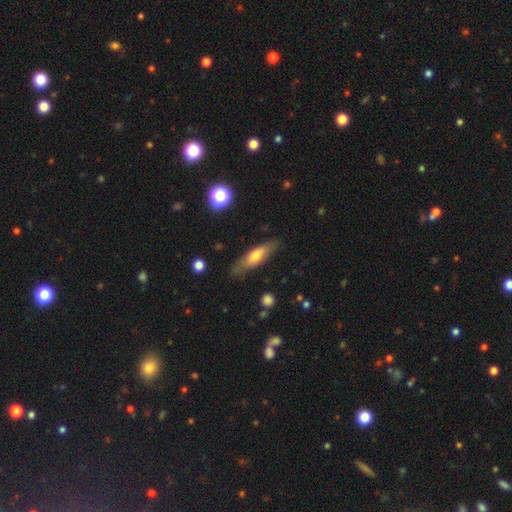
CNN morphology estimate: Smooth or featured? Predicted: smooth (p=0.59). How rounded? Predicted: cigar-shaped (p=0.56). Merging? Predicted: none (p=0.79).